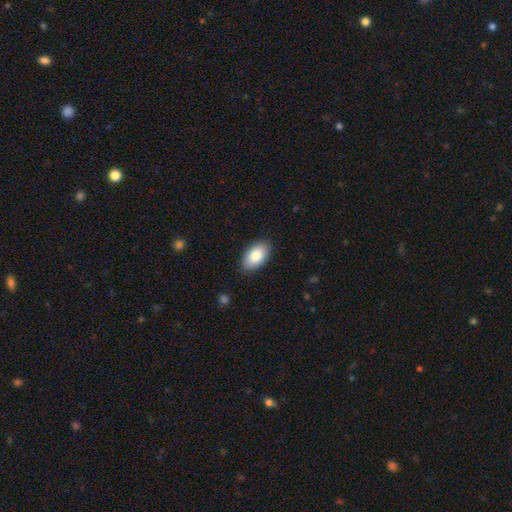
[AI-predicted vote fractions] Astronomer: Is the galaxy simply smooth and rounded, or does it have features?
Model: smooth — 84%.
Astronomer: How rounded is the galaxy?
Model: in between — 94%.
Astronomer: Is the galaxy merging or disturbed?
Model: none — 87%.